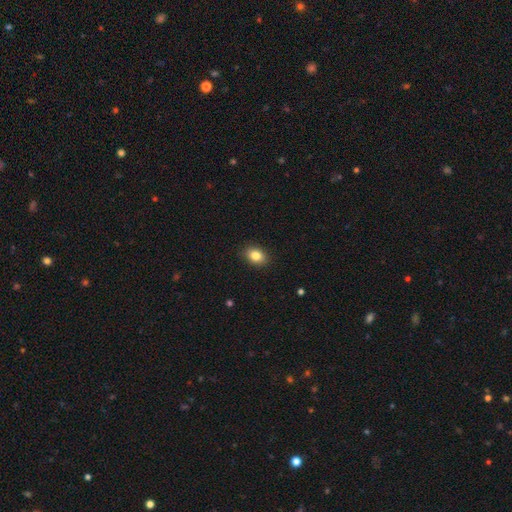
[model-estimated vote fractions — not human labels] Smooth or featured?
  - smooth: 84% *
  - star or artifact: 9%
  - featured or disk: 7%
How rounded?
  - in between: 71% *
  - round: 27%
  - cigar-shaped: 1%
Merging?
  - none: 88% *
  - minor disturbance: 9%
  - major disturbance: 2%
  - merger: 1%